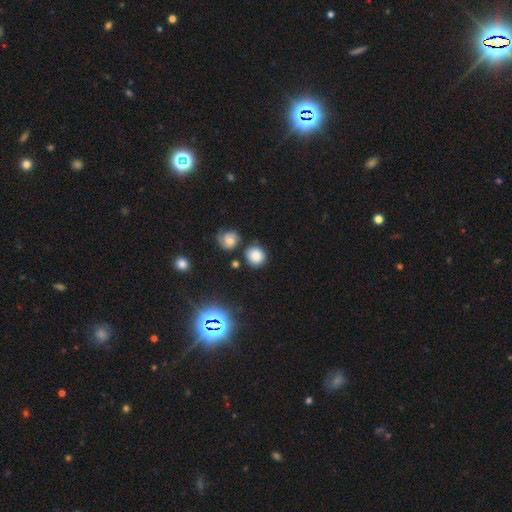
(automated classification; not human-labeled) This is likely a smooth galaxy (77%). How rounded: clearly round (87%). Merging: likely none (76%).